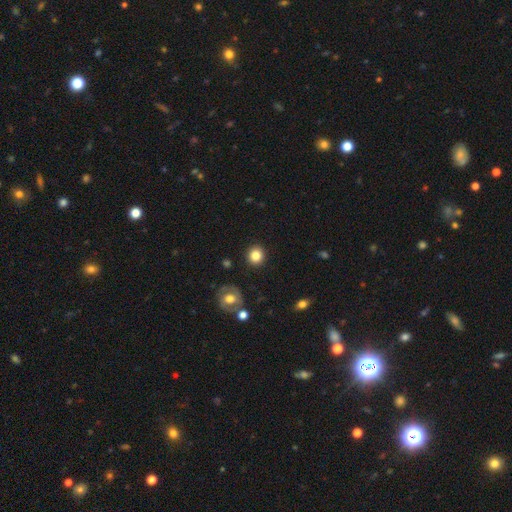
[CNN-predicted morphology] smooth 83%, star or artifact 10%, featured or disk 7%. Down the decision tree: how rounded — round (87%); merging — none (90%).